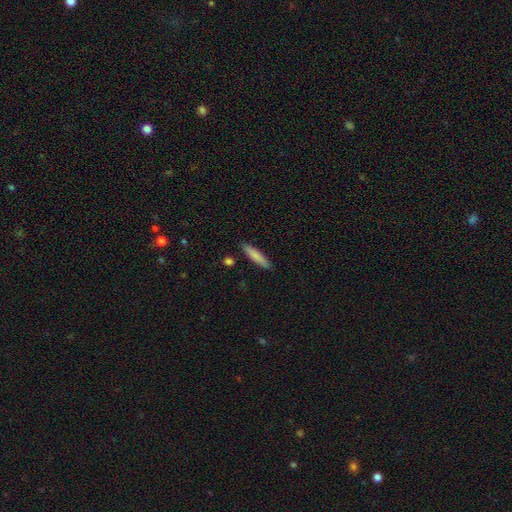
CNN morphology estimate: This is clearly a smooth galaxy (81%). How rounded: clearly cigar-shaped (86%). Merging: clearly none (87%).